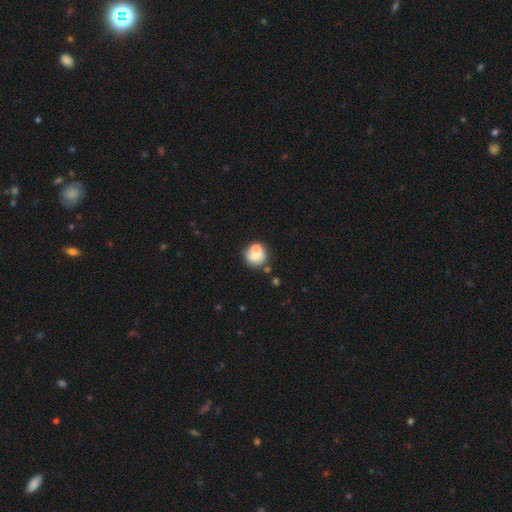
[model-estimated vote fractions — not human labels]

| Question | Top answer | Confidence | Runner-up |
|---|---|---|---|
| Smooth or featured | smooth | 65% | featured or disk (26%) |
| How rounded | round | 82% | in between (17%) |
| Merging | none | 47% | merger (30%) |